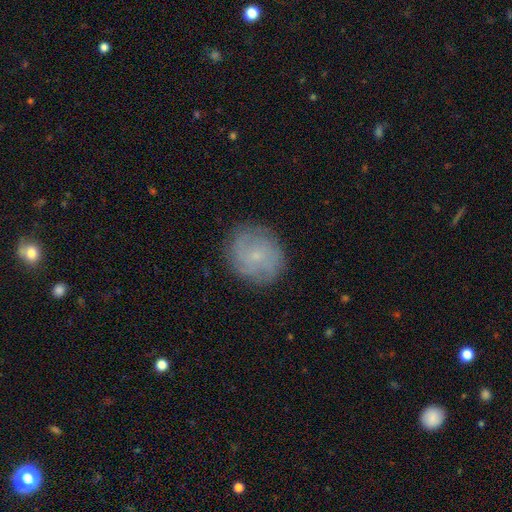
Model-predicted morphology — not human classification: Smooth or featured?
  - featured or disk: 49% *
  - smooth: 40%
  - star or artifact: 11%
Merging?
  - none: 84% *
  - minor disturbance: 11%
  - major disturbance: 3%
  - merger: 1%